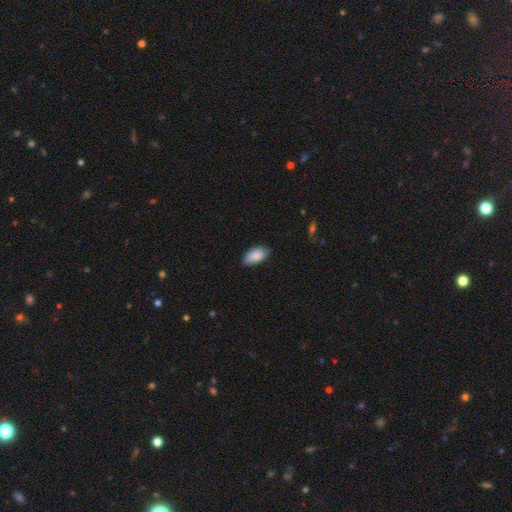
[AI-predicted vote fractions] smooth-or-featured: smooth: 87% | featured or disk: 7% | star or artifact: 6%
  how-rounded: in between: 94% | round: 4% | cigar-shaped: 3%
  merging: none: 74% | minor disturbance: 22% | major disturbance: 3% | merger: 1%